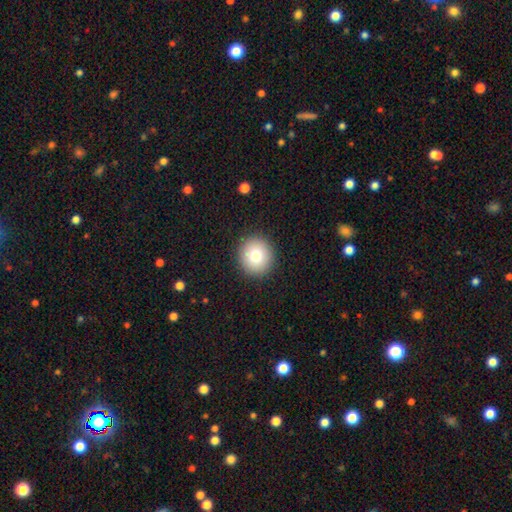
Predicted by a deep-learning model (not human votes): This is likely a smooth galaxy (79%). How rounded: clearly round (89%). Merging: clearly none (91%).